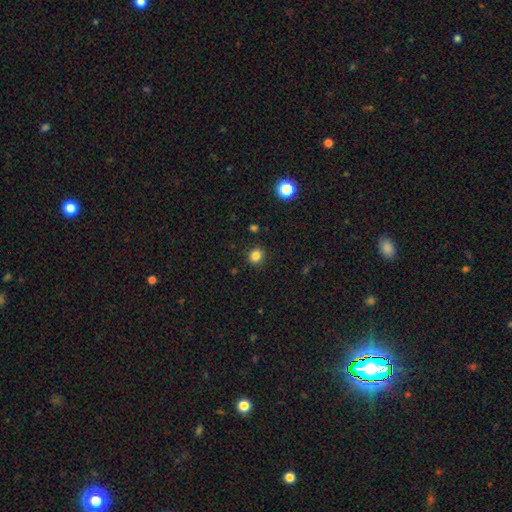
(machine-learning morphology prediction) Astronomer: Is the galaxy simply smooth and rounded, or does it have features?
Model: smooth — 83%.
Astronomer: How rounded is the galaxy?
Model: round — 80%.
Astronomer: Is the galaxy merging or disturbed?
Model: none — 90%.